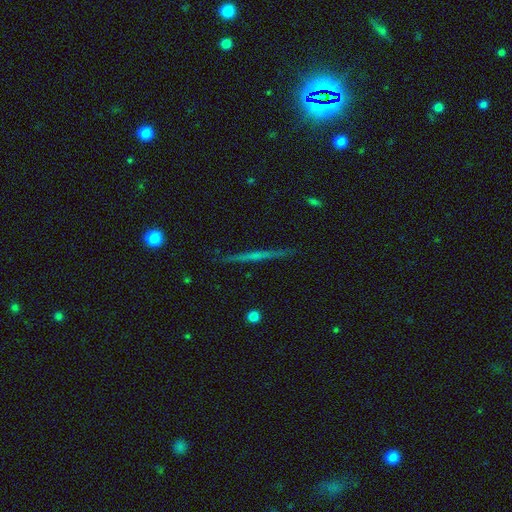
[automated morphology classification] Smooth or featured: featured or disk — 64% (smooth — 28%)
Edge-on disk: yes — 98% (no — 2%)
Edge-on bulge: none — 74% (rounded — 19%)
Merging: none — 91% (minor disturbance — 6%)